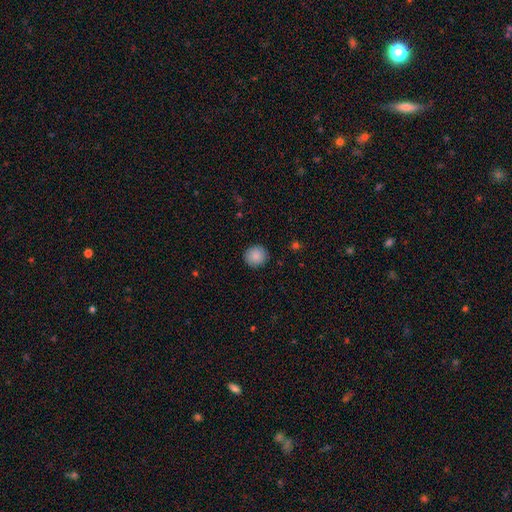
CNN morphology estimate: smooth_or_featured: smooth (p=0.87) [alt: star or artifact p=0.08]
how_rounded: round (p=0.93) [alt: in between p=0.07]
merging: none (p=0.90) [alt: minor disturbance p=0.07]